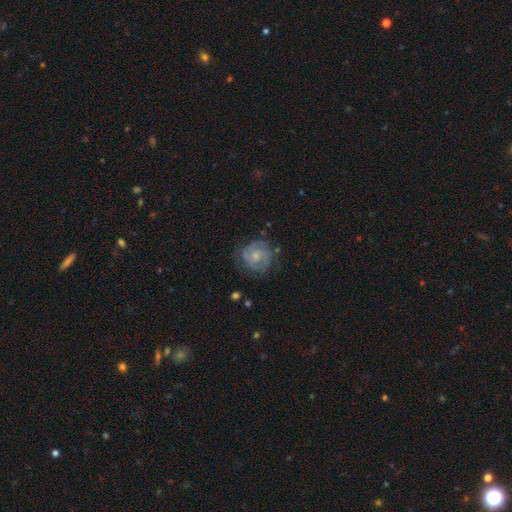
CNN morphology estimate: This is likely a featured or disk galaxy (69%). It is clearly not viewed edge-on (98%). Bar: likely no (63%). Spiral arm pattern: clearly yes (89%). Spiral arm count: possibly 2 (53%). Spiral winding: possibly tight (57%). Central bulge: possibly small (46%). Merging: likely none (69%).